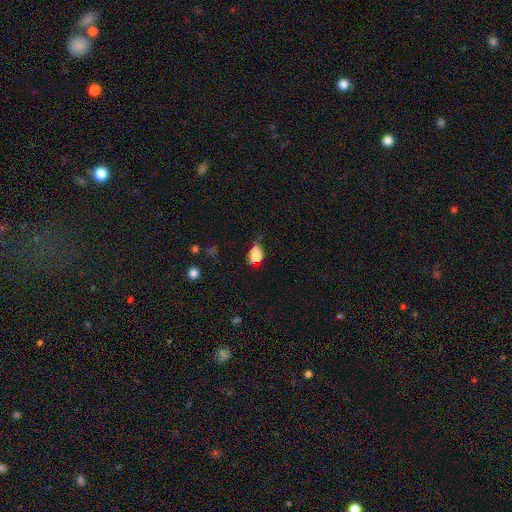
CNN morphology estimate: Smooth or featured: smooth — 80% (featured or disk — 11%)
How rounded: in between — 85% (round — 13%)
Merging: none — 42% (minor disturbance — 41%)